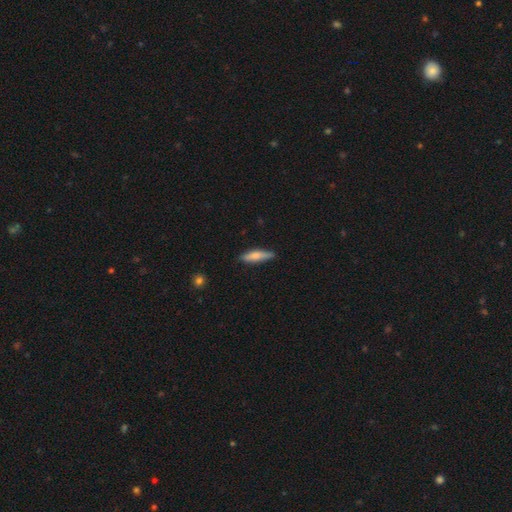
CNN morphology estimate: Smooth or featured?
  - smooth: 66% *
  - featured or disk: 29%
  - star or artifact: 6%
How rounded?
  - cigar-shaped: 72% *
  - in between: 26%
  - round: 2%
Merging?
  - none: 82% *
  - minor disturbance: 14%
  - major disturbance: 2%
  - merger: 1%